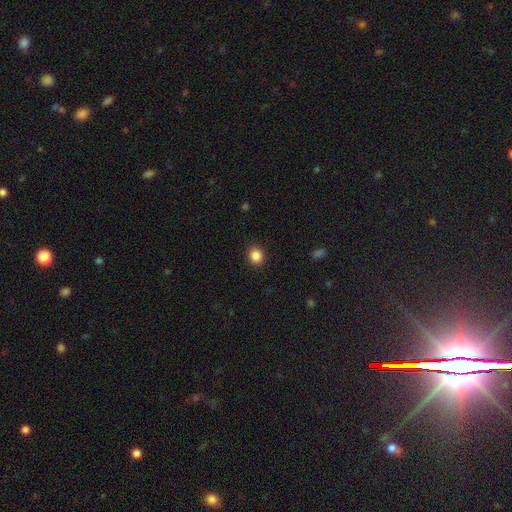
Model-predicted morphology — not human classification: smooth_or_featured: smooth (p=0.86) [alt: star or artifact p=0.10]
how_rounded: round (p=0.84) [alt: in between p=0.15]
merging: none (p=0.92) [alt: minor disturbance p=0.05]